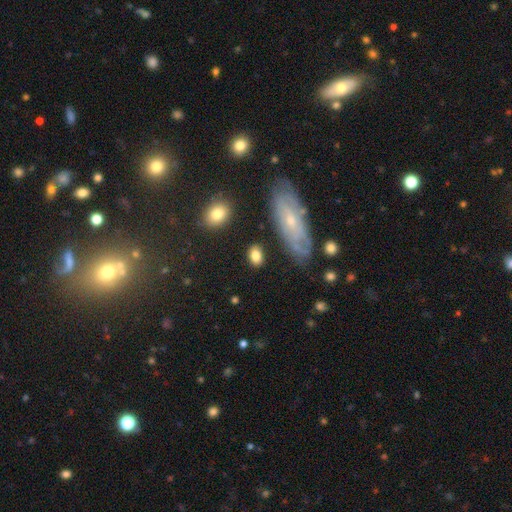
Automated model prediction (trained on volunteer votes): smooth-or-featured: smooth: 81% | featured or disk: 10% | star or artifact: 8%
  how-rounded: in between: 75% | round: 22% | cigar-shaped: 3%
  merging: none: 80% | minor disturbance: 13% | major disturbance: 4% | merger: 3%